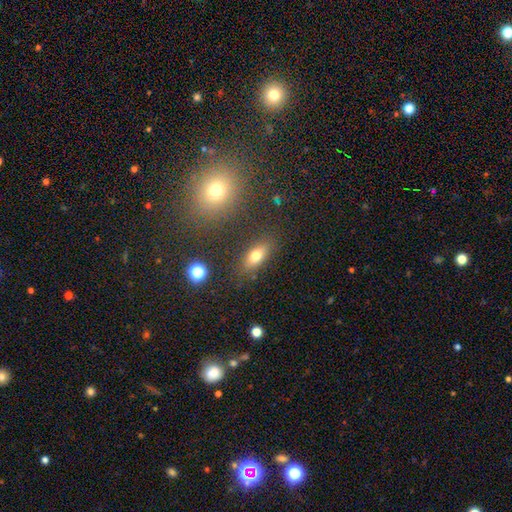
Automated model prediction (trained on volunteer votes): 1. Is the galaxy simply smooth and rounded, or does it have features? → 73% smooth, 15% featured or disk, 12% star or artifact.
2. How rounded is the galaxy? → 78% in between, 14% cigar-shaped, 8% round.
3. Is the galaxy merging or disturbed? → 82% none, 11% minor disturbance, 4% major disturbance, 3% merger.